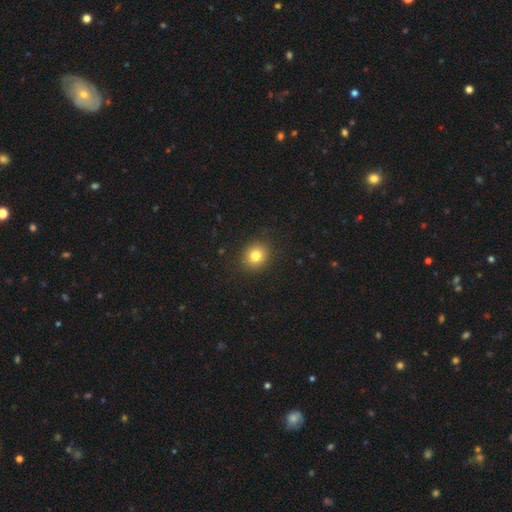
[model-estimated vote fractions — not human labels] Overall: smooth (81%). How rounded: round (80%). Merging: none (90%).